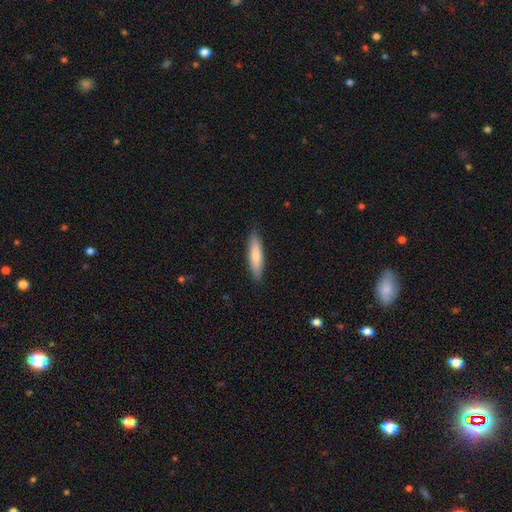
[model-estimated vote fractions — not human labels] Smooth or featured?
  - smooth: 76% *
  - featured or disk: 18%
  - star or artifact: 5%
How rounded?
  - cigar-shaped: 78% *
  - in between: 21%
  - round: 1%
Merging?
  - none: 88% *
  - minor disturbance: 9%
  - major disturbance: 2%
  - merger: 1%